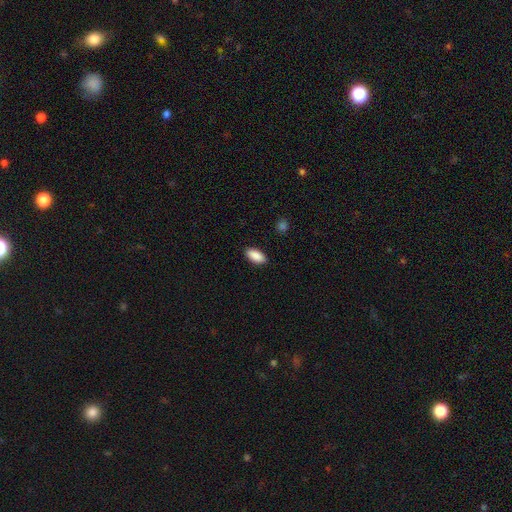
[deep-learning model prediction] This is clearly a smooth galaxy (90%). How rounded: clearly in between (91%). Merging: clearly none (89%).